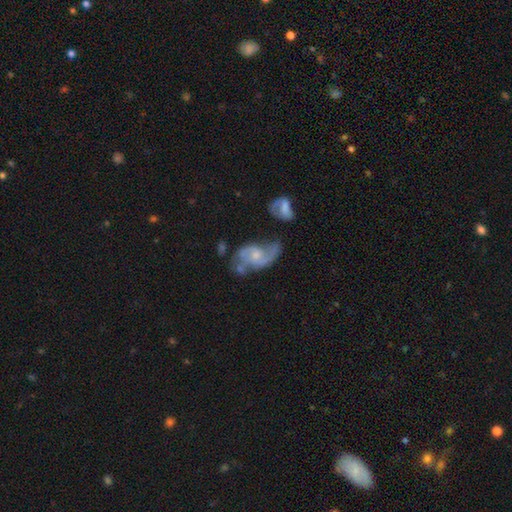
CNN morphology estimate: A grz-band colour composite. It shows a featured or disk galaxy (79%) with no bar (65%), 2 (78%) medium (42%, tied with loose) spiral arms (90%) and a small central bulge (50%). Merging: none (35%).